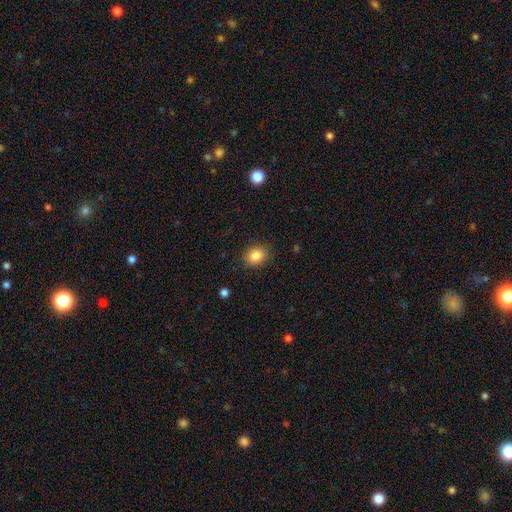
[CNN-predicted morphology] A smooth galaxy with no disk features (85%) that is round (50%).

Vote fractions:
- Smooth or featured? smooth: 85% / star or artifact: 9% / featured or disk: 5%
- How rounded? round: 50% / in between: 49% / cigar-shaped: 1%
- Merging? none: 86% / minor disturbance: 10% / major disturbance: 3% / merger: 1%